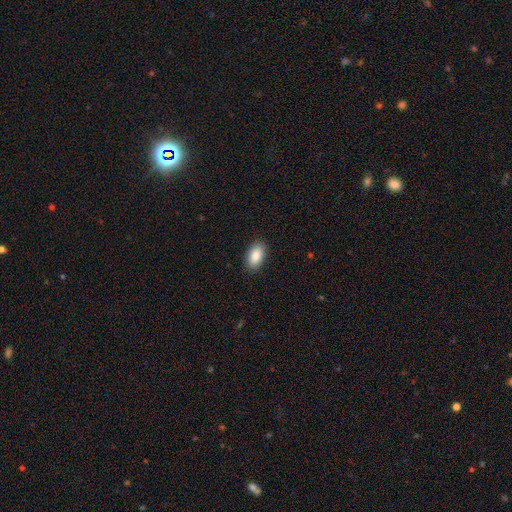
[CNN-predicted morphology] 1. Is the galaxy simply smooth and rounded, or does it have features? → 90% smooth, 7% star or artifact, 4% featured or disk.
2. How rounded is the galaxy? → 94% in between, 4% round, 2% cigar-shaped.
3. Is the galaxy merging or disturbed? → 88% none, 8% minor disturbance, 2% major disturbance, 1% merger.